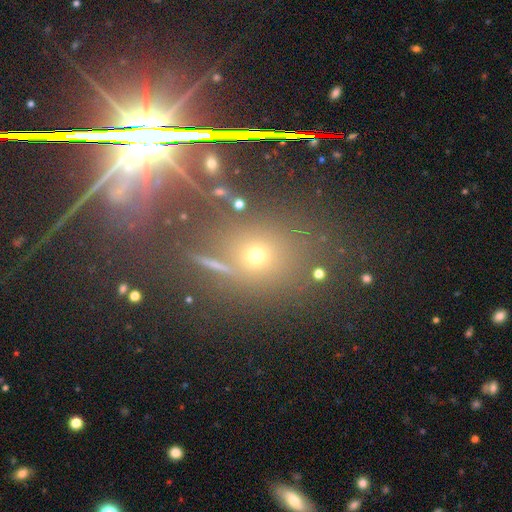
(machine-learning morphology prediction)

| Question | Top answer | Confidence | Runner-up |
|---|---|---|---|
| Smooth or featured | smooth | 55% | star or artifact (32%) |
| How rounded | round | 69% | in between (28%) |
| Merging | none | 73% | minor disturbance (11%) |